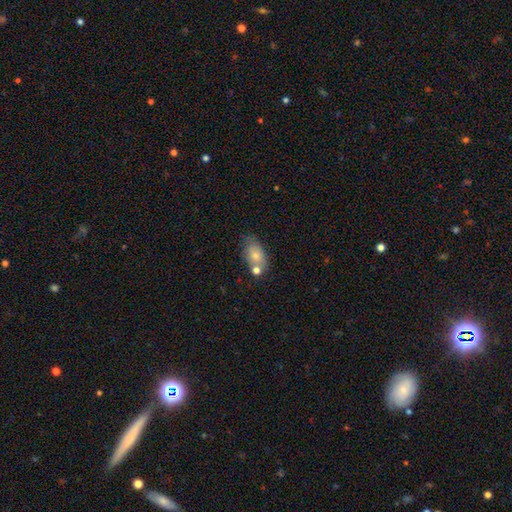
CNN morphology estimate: A smooth galaxy with no disk features (74%) that is in between round and cigar-shaped (87%). Merging: none (53%).